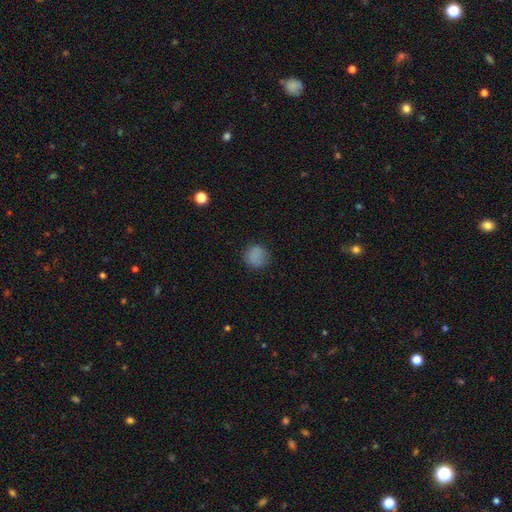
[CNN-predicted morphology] Smooth or featured? smooth (83%)
How rounded? round (91%)
Merging? none (84%)